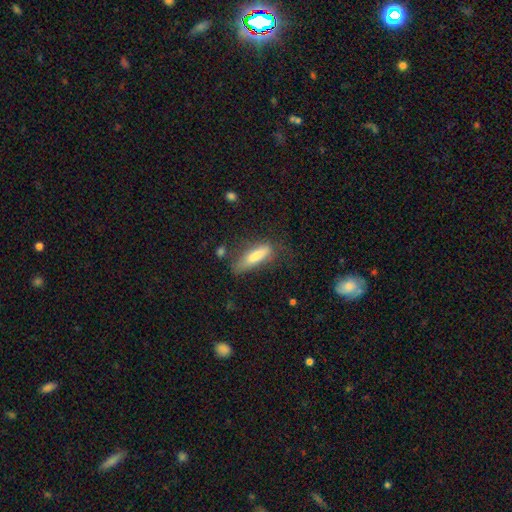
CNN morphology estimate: type=smooth (72%); roundness=cigar-shaped (57%); merging=none (56%).